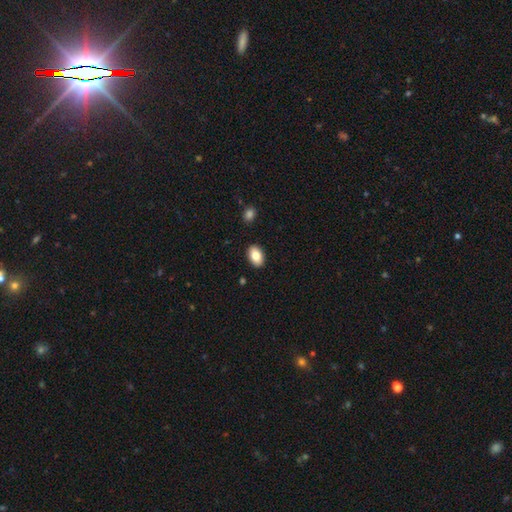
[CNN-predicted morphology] type=smooth (83%); roundness=in between (89%); merging=none (89%).